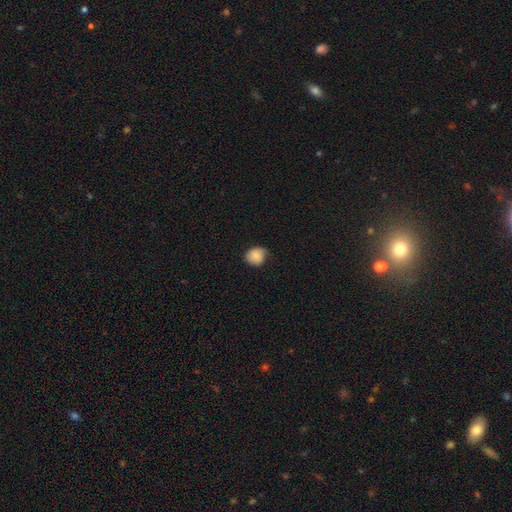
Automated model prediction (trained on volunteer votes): A smooth galaxy with no disk features (82%) that is round (75%). Merging: none (66%).